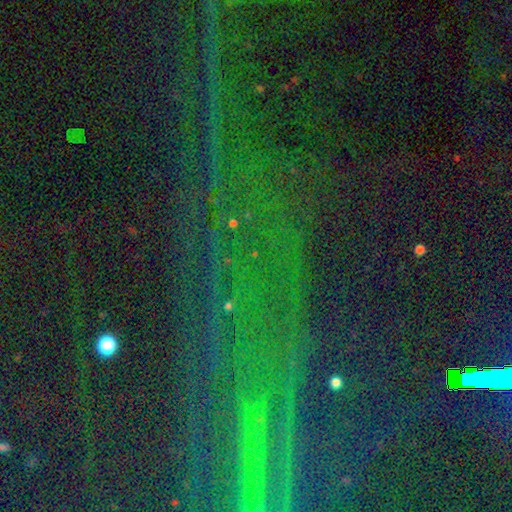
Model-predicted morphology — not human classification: Smooth or featured? star or artifact (82%)